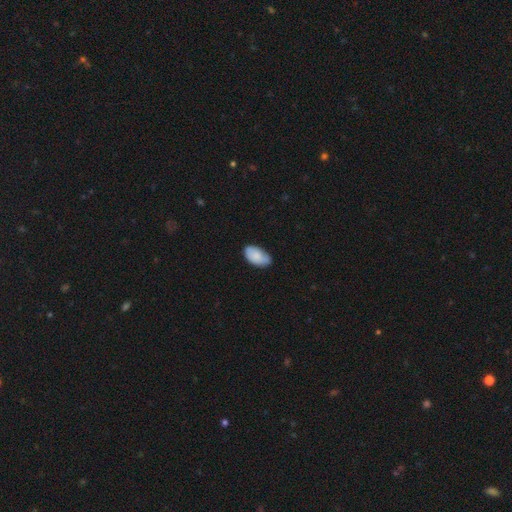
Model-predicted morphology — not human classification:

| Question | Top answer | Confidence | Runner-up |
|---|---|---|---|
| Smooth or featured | smooth | 83% | featured or disk (11%) |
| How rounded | in between | 95% | round (3%) |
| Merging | none | 66% | minor disturbance (28%) |